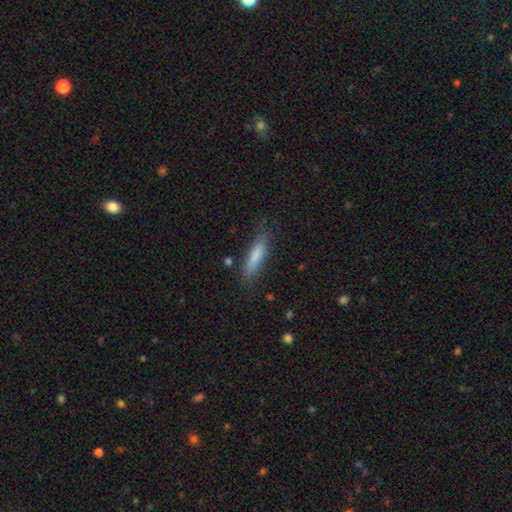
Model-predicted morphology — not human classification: Overall: smooth (80%). How rounded: cigar-shaped (74%). Merging: none (80%).